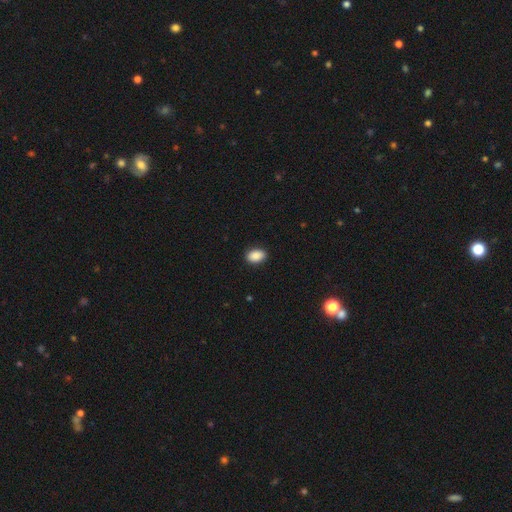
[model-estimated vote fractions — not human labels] The model was most divided on "how rounded": in between: 88%, round: 11%, cigar-shaped: 1%. More confident: merging — none (90%); smooth or featured — smooth (89%).